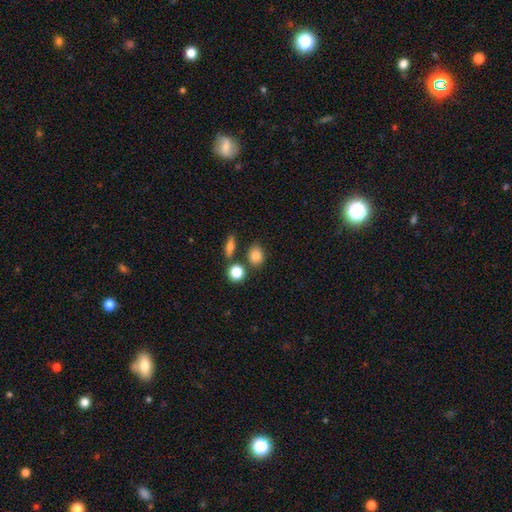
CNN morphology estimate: Smooth or featured: smooth — 83% (star or artifact — 11%)
How rounded: round — 51% (in between — 47%)
Merging: none — 73% (minor disturbance — 12%)